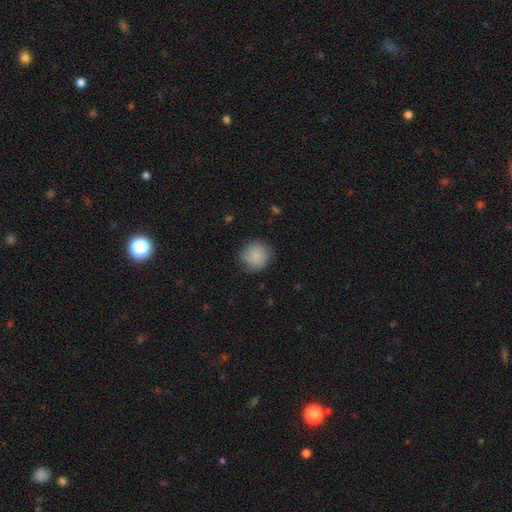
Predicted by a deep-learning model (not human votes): Morphology: type=smooth (84%); roundness=round (91%); merging=none (77%).